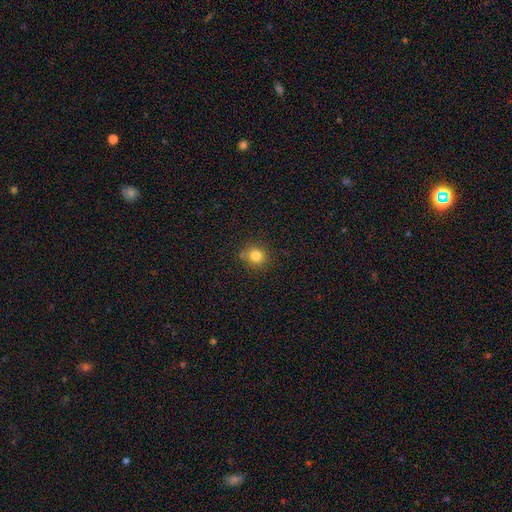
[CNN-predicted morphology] smooth-or-featured: smooth: 81% | star or artifact: 13% | featured or disk: 6%
  how-rounded: round: 86% | in between: 13% | cigar-shaped: 1%
  merging: none: 80% | minor disturbance: 12% | merger: 6% | major disturbance: 3%